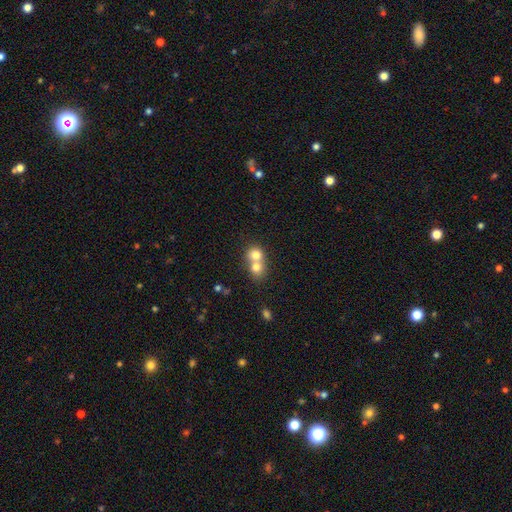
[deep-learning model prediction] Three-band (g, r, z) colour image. It shows a smooth galaxy with no disk features (74%) that is round (76%). Merging: merger (70%).